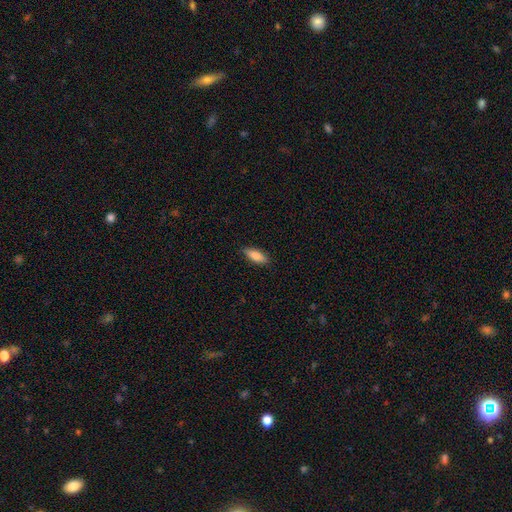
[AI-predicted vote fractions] smooth 85%, featured or disk 9%, star or artifact 6%. Down the decision tree: how rounded — in between (73%); merging — none (87%).